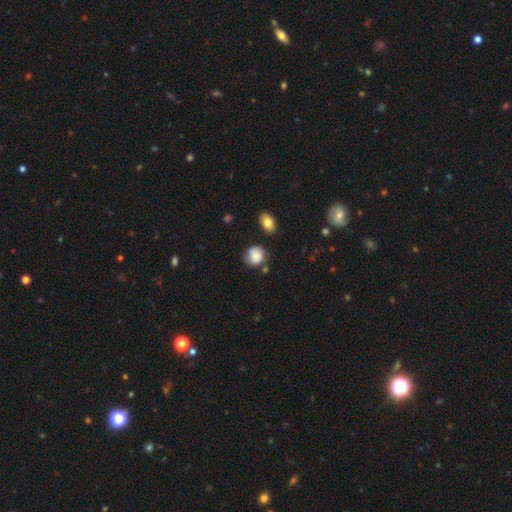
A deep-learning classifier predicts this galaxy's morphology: smooth-or-featured: smooth: 87% | star or artifact: 8% | featured or disk: 5%
  how-rounded: round: 80% | in between: 19% | cigar-shaped: 1%
  merging: none: 70% | minor disturbance: 20% | merger: 5% | major disturbance: 5%